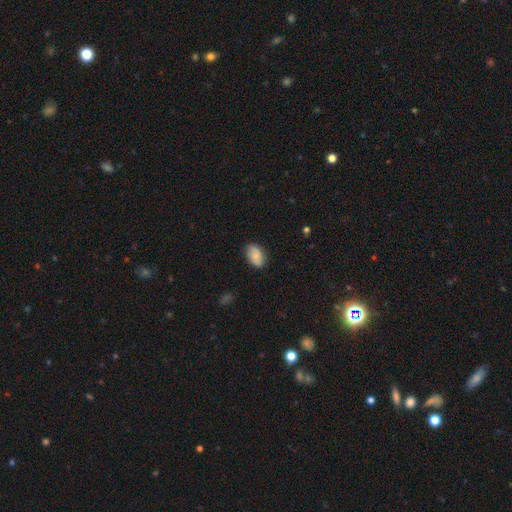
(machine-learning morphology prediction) Smooth or featured: smooth — 81% (featured or disk — 12%)
How rounded: in between — 90% (round — 9%)
Merging: none — 81% (minor disturbance — 15%)